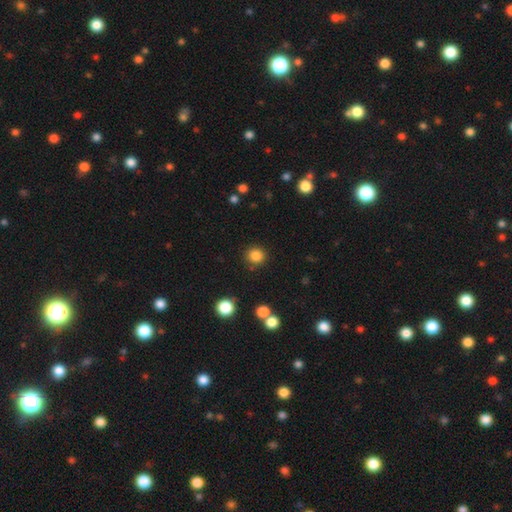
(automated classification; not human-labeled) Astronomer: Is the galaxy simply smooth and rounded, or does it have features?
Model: smooth — 84%.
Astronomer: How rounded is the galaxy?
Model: round — 91%.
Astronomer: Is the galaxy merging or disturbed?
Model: none — 88%.